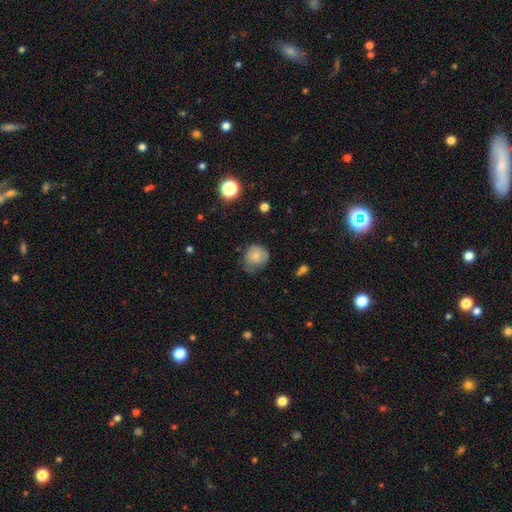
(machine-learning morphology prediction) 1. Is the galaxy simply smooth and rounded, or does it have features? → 77% smooth, 13% featured or disk, 10% star or artifact.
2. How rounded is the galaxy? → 78% round, 21% in between, 1% cigar-shaped.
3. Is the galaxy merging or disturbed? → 51% none, 35% minor disturbance, 12% major disturbance, 2% merger.